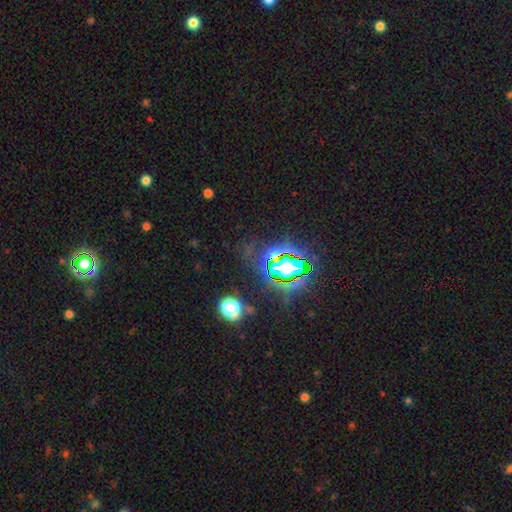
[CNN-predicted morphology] Smooth or featured? Predicted: star or artifact (p=0.81).